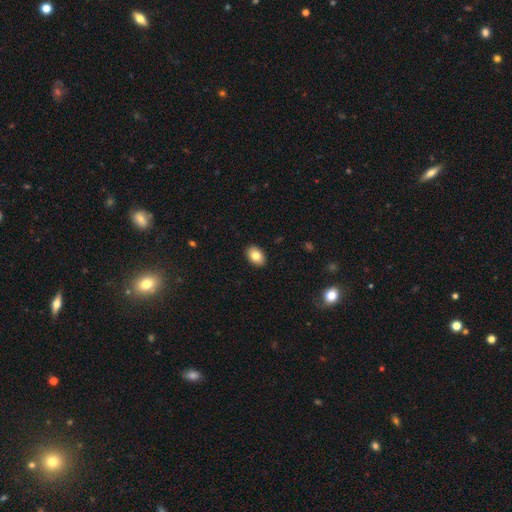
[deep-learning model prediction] smooth 81%, featured or disk 11%, star or artifact 8%. Down the decision tree: how rounded — in between (84%); merging — none (90%).